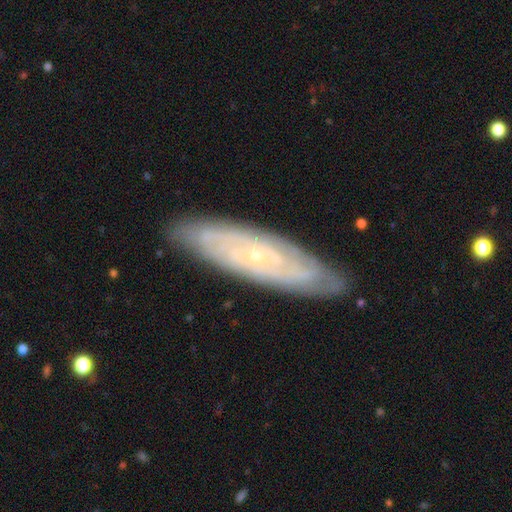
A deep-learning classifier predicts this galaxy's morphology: Smooth or featured: featured or disk — 80% (smooth — 14%)
Edge-on disk: no — 78% (yes — 22%)
Bar: no — 74% (weak — 20%)
Spiral arms: yes — 92% (no — 8%)
Spiral winding: tight — 76% (medium — 19%)
Spiral arm count: can't tell — 53% (2 — 15%)
Bulge size: small — 87% (moderate — 9%)
Merging: none — 84% (minor disturbance — 13%)